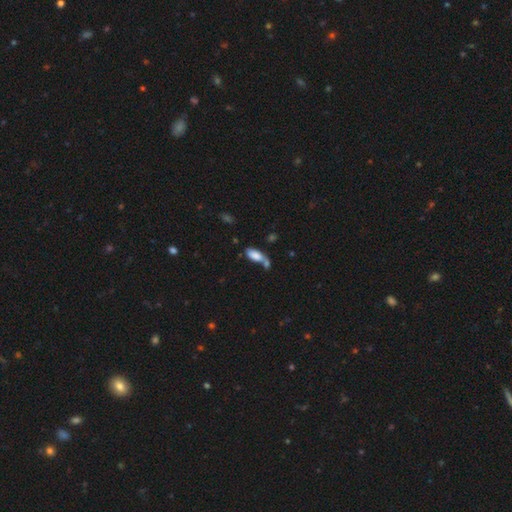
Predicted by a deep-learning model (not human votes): This is clearly a smooth galaxy (82%). How rounded: clearly in between (85%). Merging: marginally merger (39%, tied with none).